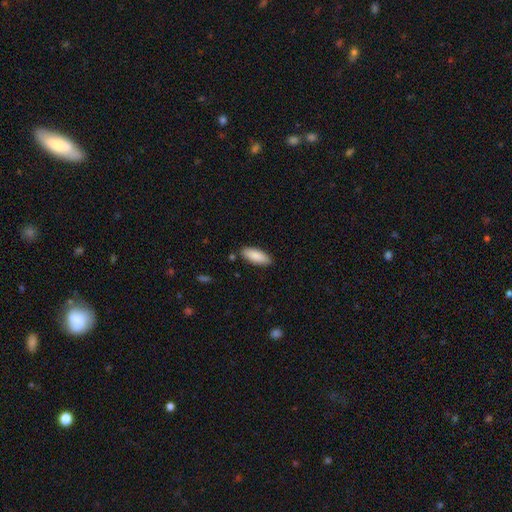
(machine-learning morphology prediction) Smooth or featured? Predicted: smooth (p=0.88). How rounded? Predicted: in between (p=0.74). Merging? Predicted: none (p=0.87).